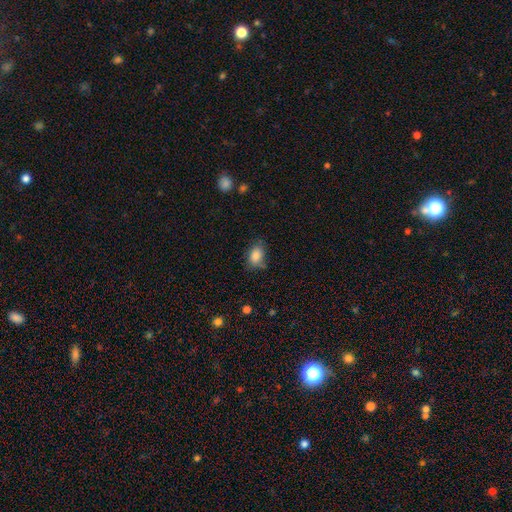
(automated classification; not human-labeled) The model was most divided on "merging": none: 64%, minor disturbance: 26%, major disturbance: 7%, merger: 3%. More confident: smooth or featured — smooth (84%); how rounded — in between (82%).